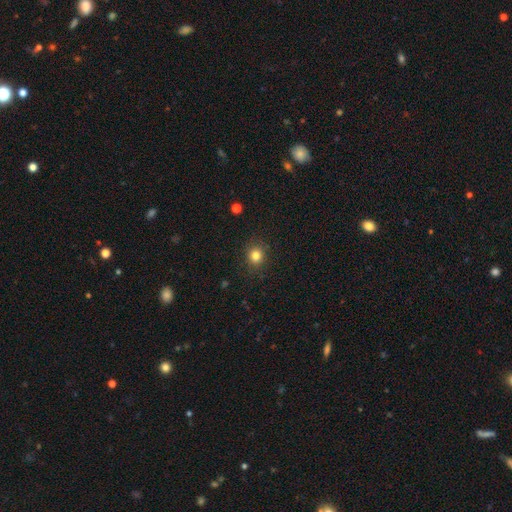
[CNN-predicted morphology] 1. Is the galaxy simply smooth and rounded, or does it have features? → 82% smooth, 12% star or artifact, 5% featured or disk.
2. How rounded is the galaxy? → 84% round, 15% in between, 1% cigar-shaped.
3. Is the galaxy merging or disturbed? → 88% none, 8% minor disturbance, 3% major disturbance, 1% merger.